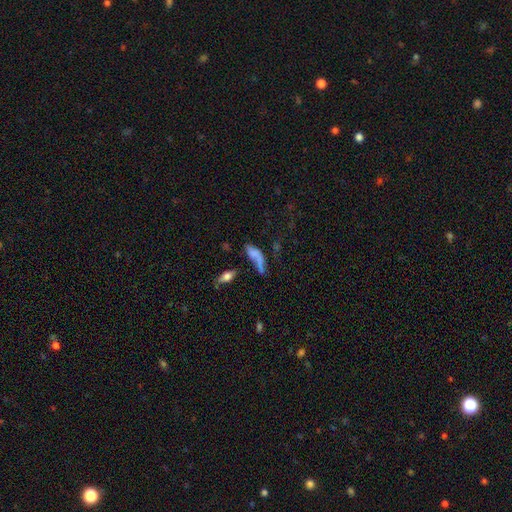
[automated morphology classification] Smooth or featured?
  - smooth: 59% *
  - featured or disk: 28%
  - star or artifact: 13%
How rounded?
  - in between: 65% *
  - cigar-shaped: 30%
  - round: 5%
Merging?
  - none: 29% *
  - major disturbance: 28%
  - merger: 22%
  - minor disturbance: 20%